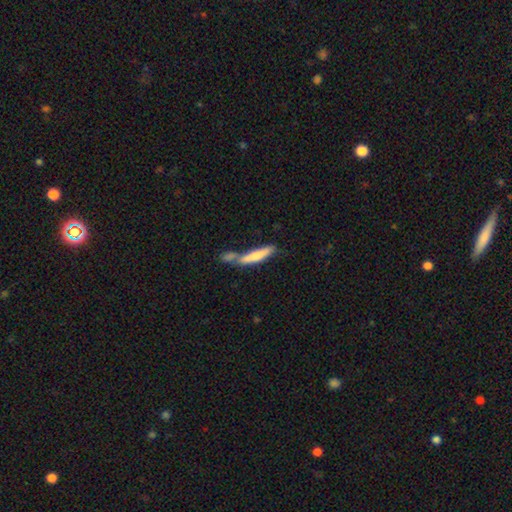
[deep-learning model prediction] A smooth galaxy with no disk features (61%) that is cigar-shaped (84%). Merging: merger (43%).